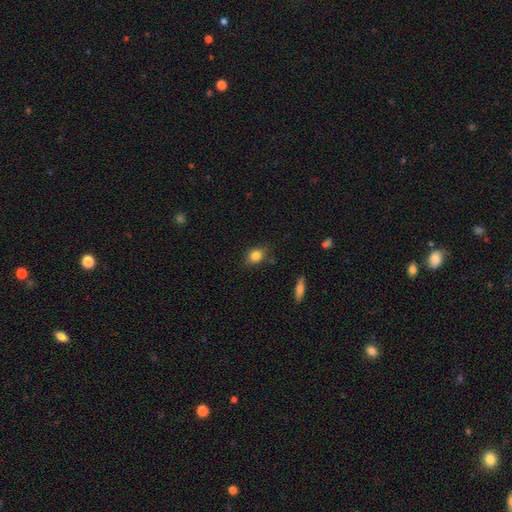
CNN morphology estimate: The model was most divided on "how rounded": in between: 59%, round: 39%, cigar-shaped: 3%. More confident: smooth or featured — smooth (82%); merging — none (79%).